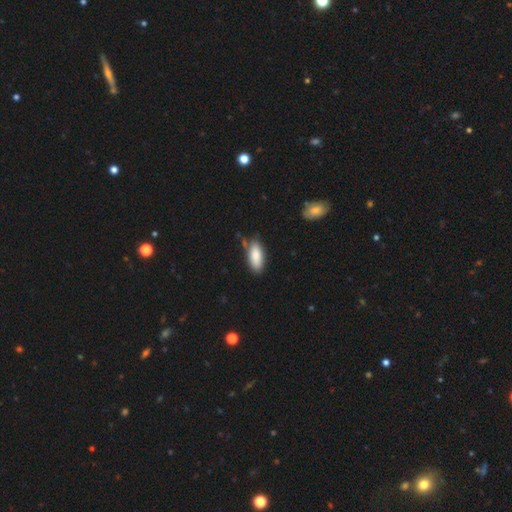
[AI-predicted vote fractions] A smooth galaxy with no disk features (85%) that is in between round and cigar-shaped (83%). Merging: none (75%).